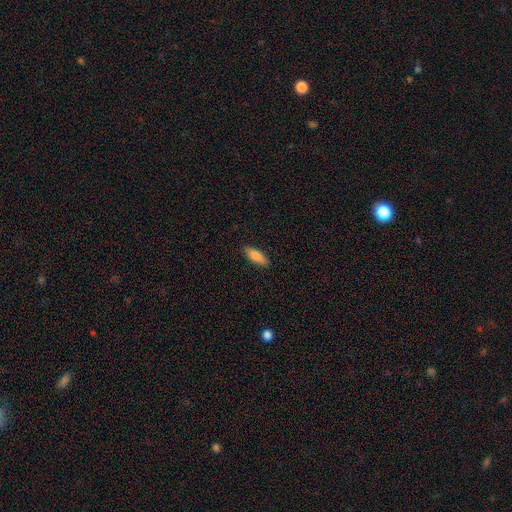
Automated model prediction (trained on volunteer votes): This appears to be a smooth galaxy with no disk features (82%) that is in between round and cigar-shaped (58%). Merging: none (88%).